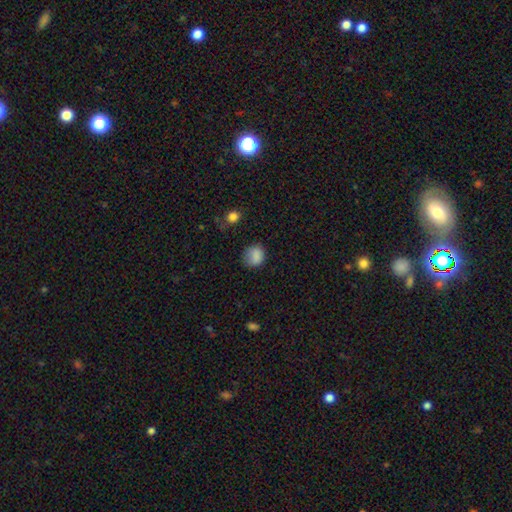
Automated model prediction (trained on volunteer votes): Morphology: type=smooth (85%); roundness=round (71%); merging=none (70%).